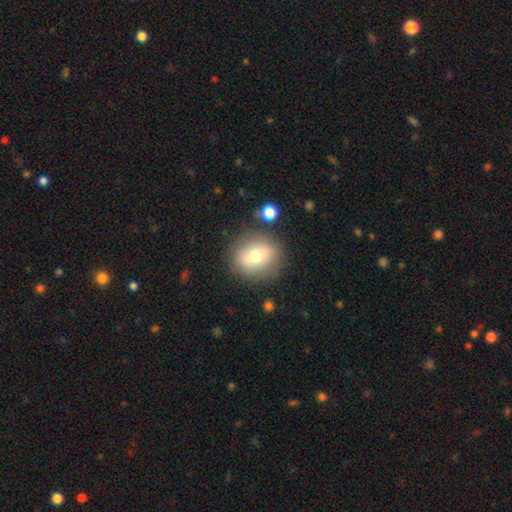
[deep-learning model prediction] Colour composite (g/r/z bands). It shows a smooth galaxy with no disk features (59%) that is round (76%). Merging: none (83%).